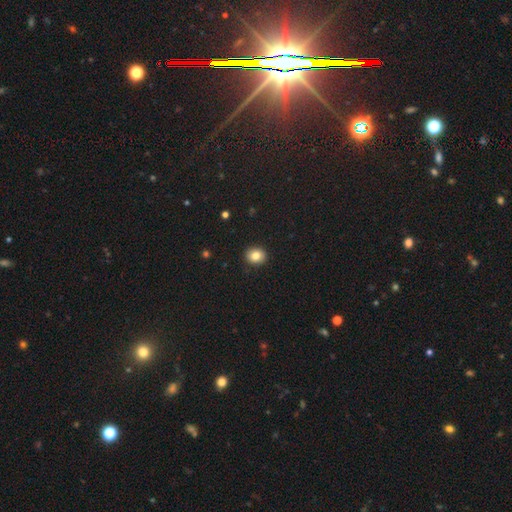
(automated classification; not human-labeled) Smooth or featured? smooth (82%)
How rounded? round (68%)
Merging? none (91%)